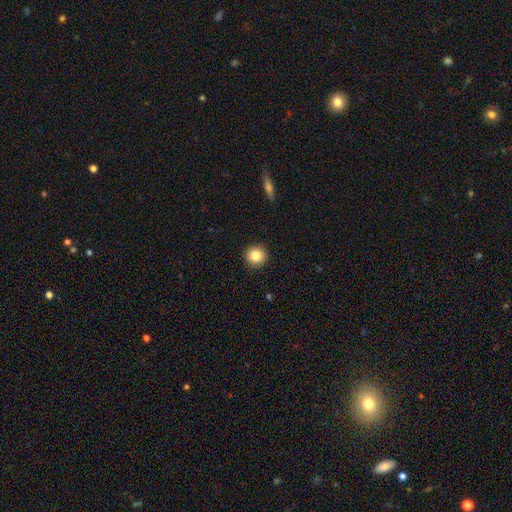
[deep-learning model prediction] Overall: smooth (84%). How rounded: round (94%). Merging: none (92%).